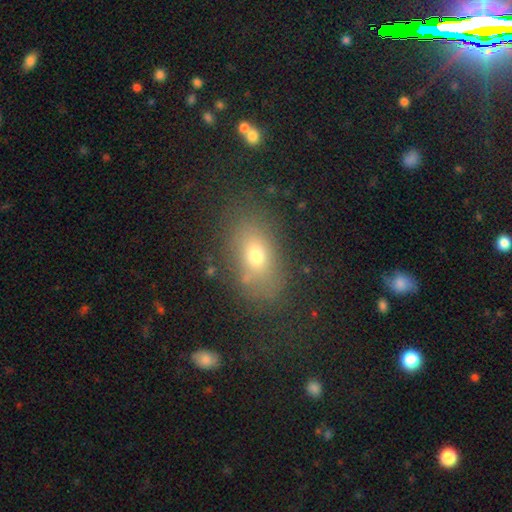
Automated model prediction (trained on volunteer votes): Morphology: type=smooth (68%); roundness=in between (81%); merging=none (71%).